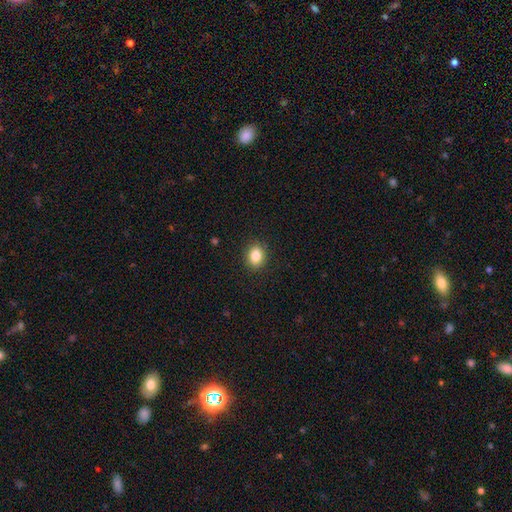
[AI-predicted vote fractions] Smooth or featured?
  - smooth: 84% *
  - star or artifact: 10%
  - featured or disk: 6%
How rounded?
  - round: 52% *
  - in between: 47%
  - cigar-shaped: 1%
Merging?
  - none: 89% *
  - minor disturbance: 8%
  - major disturbance: 2%
  - merger: 1%